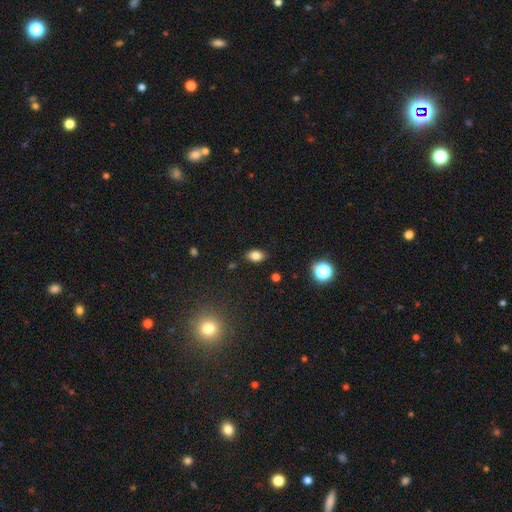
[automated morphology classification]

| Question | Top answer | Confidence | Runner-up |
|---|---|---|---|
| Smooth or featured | smooth | 81% | star or artifact (12%) |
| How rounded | in between | 83% | round (15%) |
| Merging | none | 83% | minor disturbance (12%) |